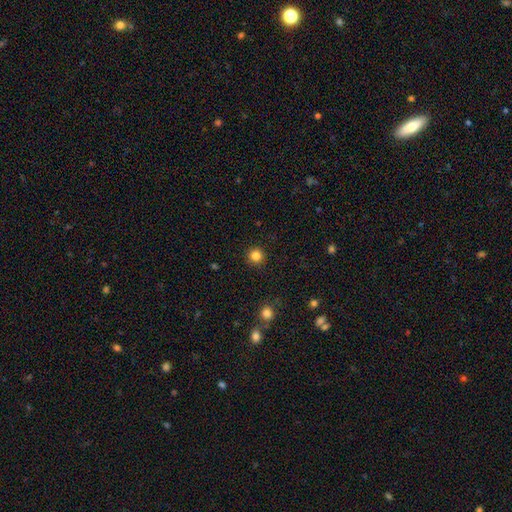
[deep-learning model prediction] This is clearly a smooth galaxy (84%). How rounded: clearly round (95%). Merging: clearly none (92%).